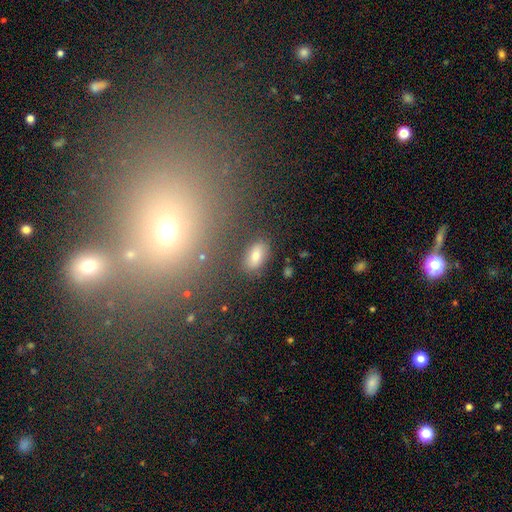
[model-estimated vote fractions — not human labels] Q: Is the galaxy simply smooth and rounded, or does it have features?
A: smooth — 78%.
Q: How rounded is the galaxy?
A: in between — 90%.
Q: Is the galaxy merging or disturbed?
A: none — 83%.